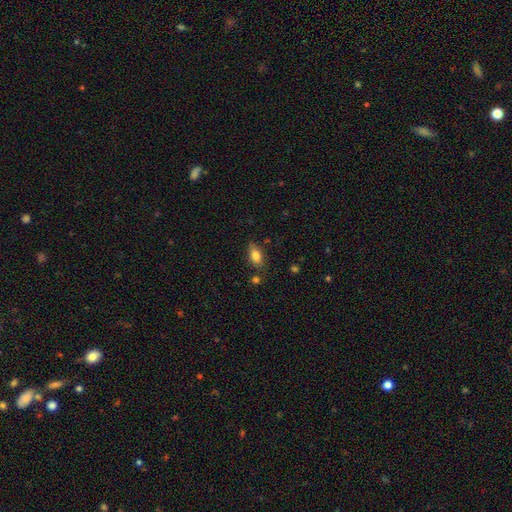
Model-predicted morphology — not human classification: Smooth or featured?
  - smooth: 80% *
  - featured or disk: 12%
  - star or artifact: 8%
How rounded?
  - in between: 86% *
  - cigar-shaped: 8%
  - round: 7%
Merging?
  - none: 77% *
  - minor disturbance: 15%
  - merger: 4%
  - major disturbance: 3%